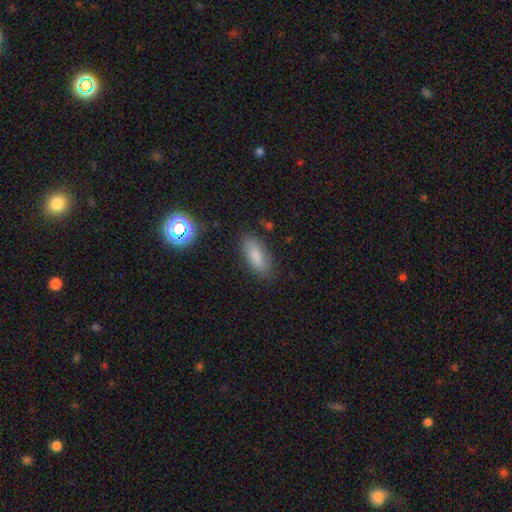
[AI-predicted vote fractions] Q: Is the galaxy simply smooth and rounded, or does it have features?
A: smooth — 79%.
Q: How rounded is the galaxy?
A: in between — 79%.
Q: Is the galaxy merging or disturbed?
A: none — 84%.